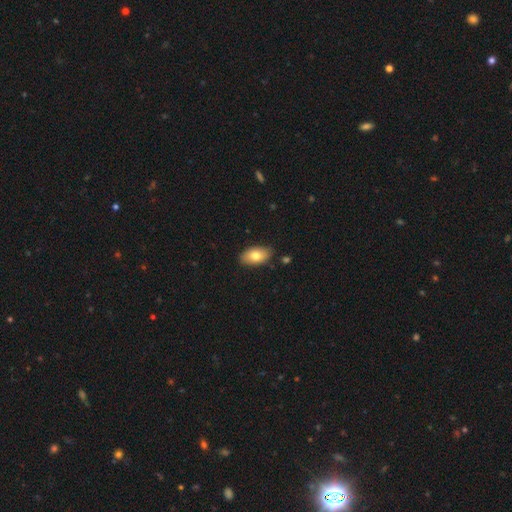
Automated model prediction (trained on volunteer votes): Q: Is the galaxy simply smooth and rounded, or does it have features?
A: smooth — 77%.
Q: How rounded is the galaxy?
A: in between — 93%.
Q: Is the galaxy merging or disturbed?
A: none — 85%.